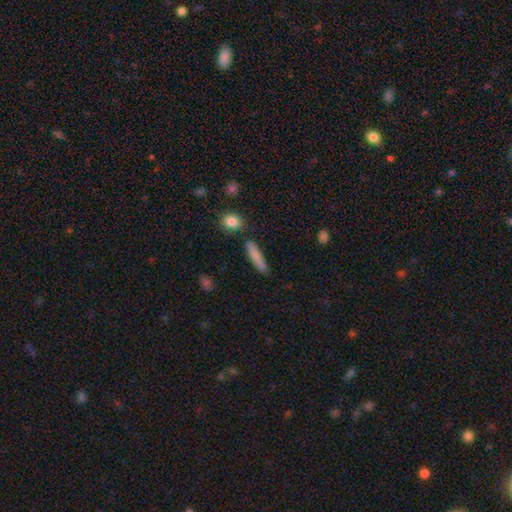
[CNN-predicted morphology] Smooth or featured: smooth — 80% (featured or disk — 13%)
How rounded: cigar-shaped — 87% (in between — 11%)
Merging: none — 83% (minor disturbance — 11%)